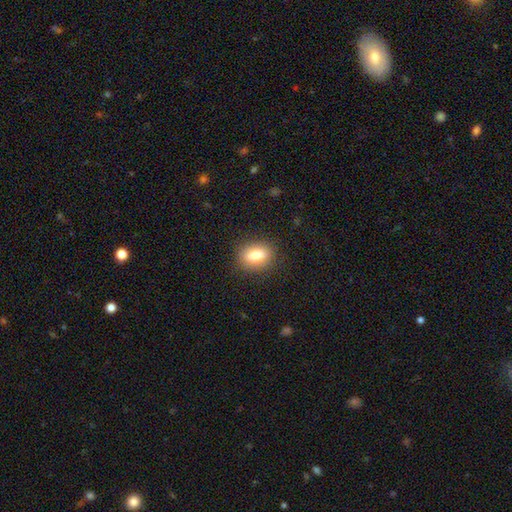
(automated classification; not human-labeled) Morphology: type=smooth (79%); roundness=in between (67%); merging=none (88%).